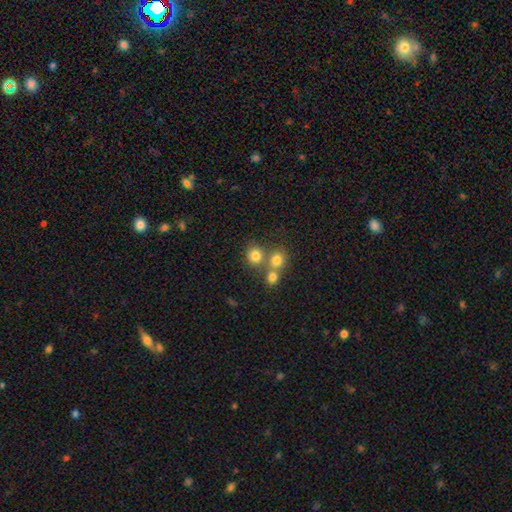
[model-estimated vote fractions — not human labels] Morphology: type=smooth (77%); roundness=round (85%); merging=none (56%).